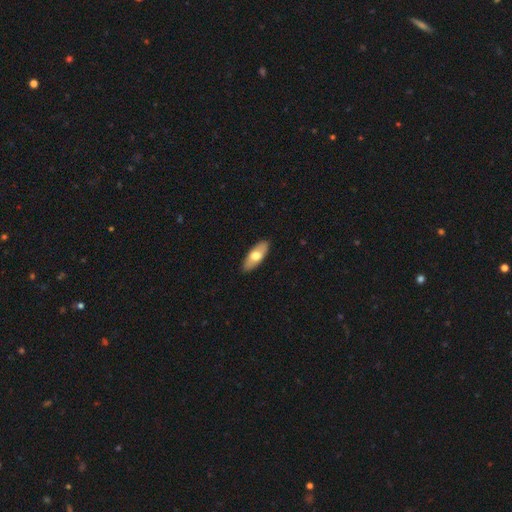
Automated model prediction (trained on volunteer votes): Morphology: type=smooth (63%); roundness=in between (79%); merging=none (88%).